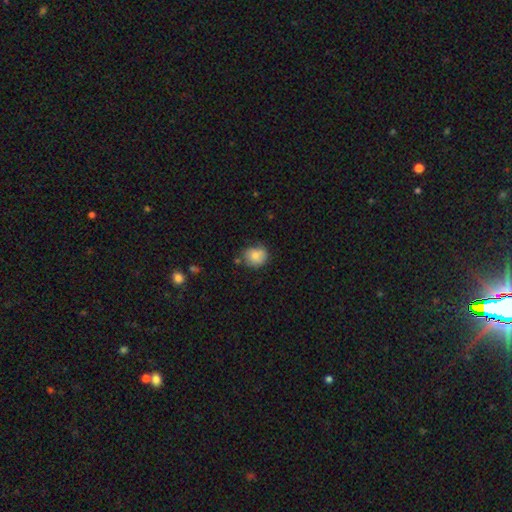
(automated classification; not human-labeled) A smooth galaxy with no disk features (80%) that is round (71%). Merging: none (62%).